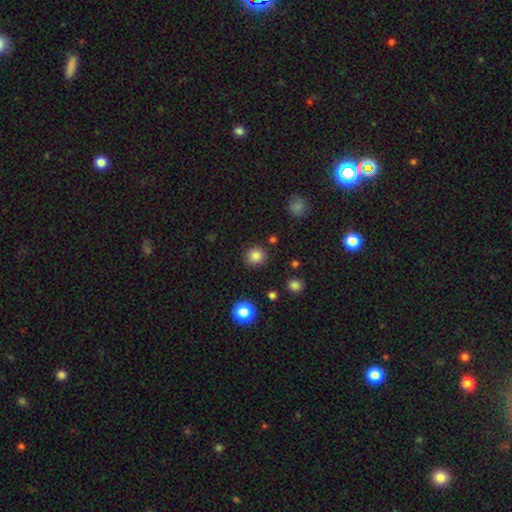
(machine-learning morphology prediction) Overall: smooth (83%). How rounded: round (90%). Merging: none (88%).